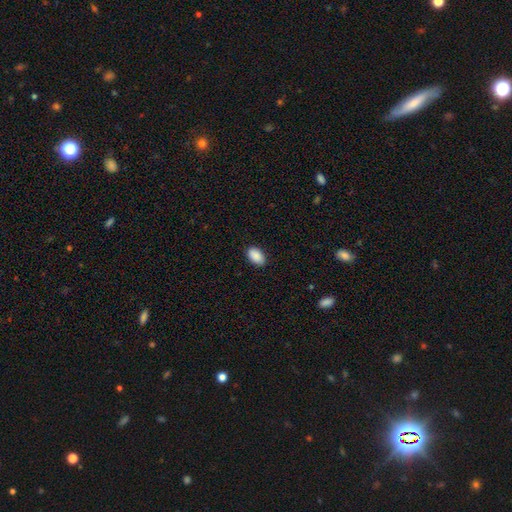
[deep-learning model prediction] The model was most divided on "merging": none: 88%, minor disturbance: 9%, major disturbance: 2%, merger: 1%. More confident: how rounded — in between (92%); smooth or featured — smooth (91%).